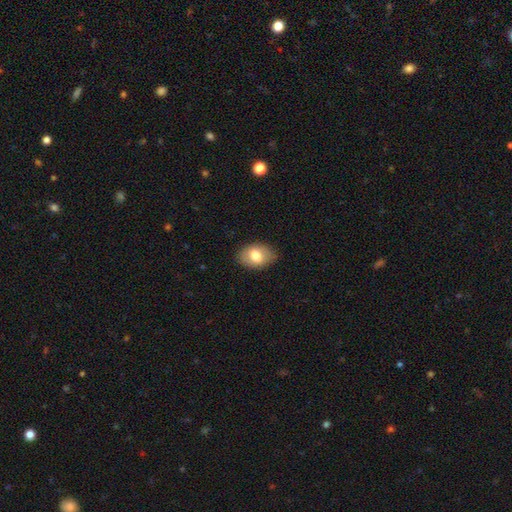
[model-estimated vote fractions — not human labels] Smooth or featured: smooth — 76% (featured or disk — 17%)
How rounded: in between — 84% (round — 15%)
Merging: none — 82% (minor disturbance — 14%)